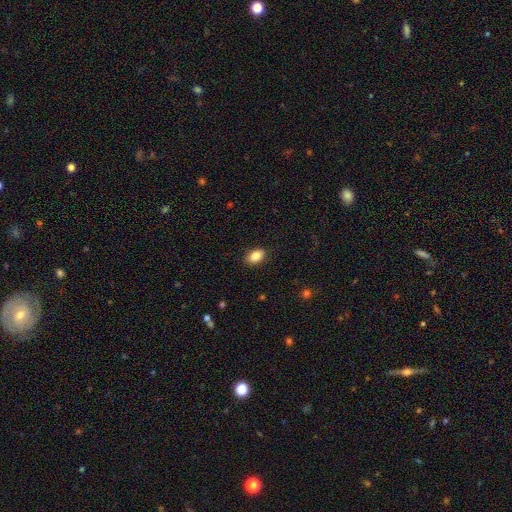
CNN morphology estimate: smooth_or_featured: smooth (p=0.84) [alt: featured or disk p=0.08]
how_rounded: in between (p=0.87) [alt: round p=0.11]
merging: none (p=0.88) [alt: minor disturbance p=0.09]